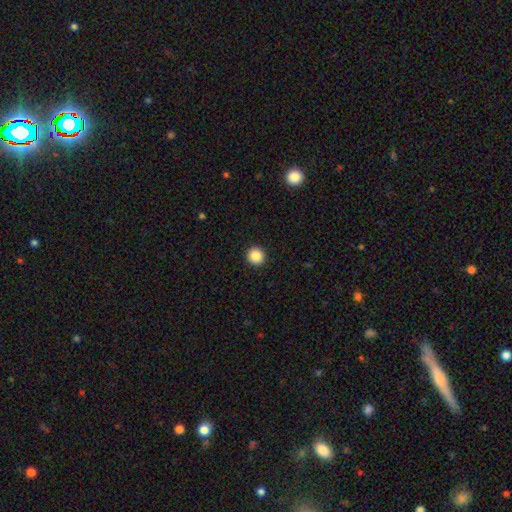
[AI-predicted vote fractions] smooth_or_featured: smooth (p=0.87) [alt: star or artifact p=0.09]
how_rounded: round (p=0.94) [alt: in between p=0.05]
merging: none (p=0.93) [alt: minor disturbance p=0.04]